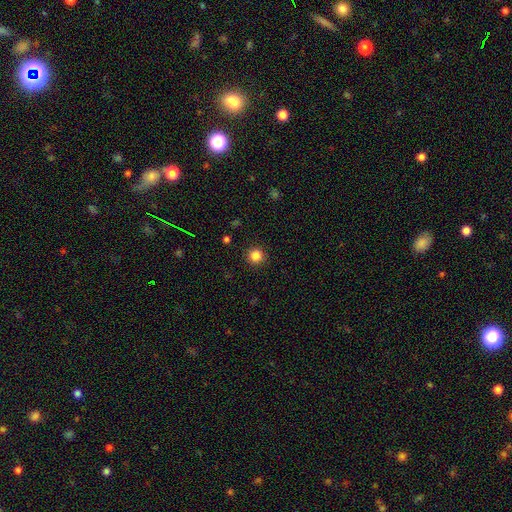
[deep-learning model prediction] A smooth galaxy with no disk features (85%) that is round (95%). Merging: none (92%).